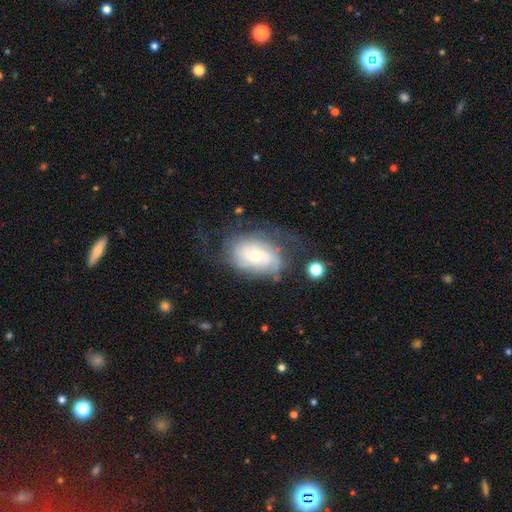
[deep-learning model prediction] A featured or disk galaxy (68%) with no bar (59%), tight (46%) spiral arms (83%) and a small central bulge (56%). Merging: none (50%).